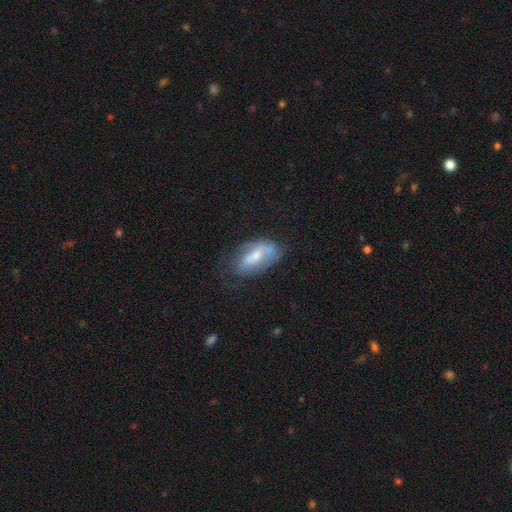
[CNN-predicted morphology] This appears to be a smooth galaxy with no disk features (52%) that is in between round and cigar-shaped (84%). Merging: none (50%).